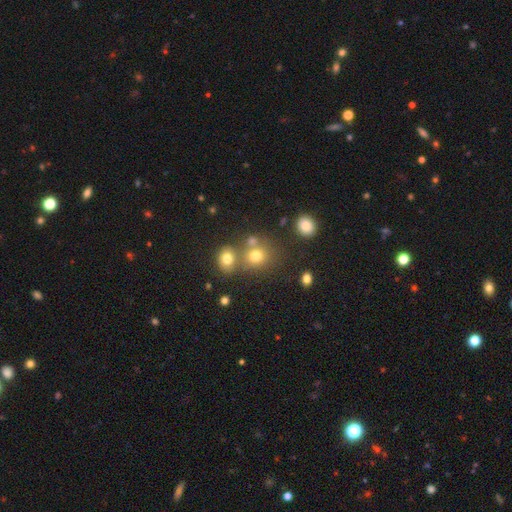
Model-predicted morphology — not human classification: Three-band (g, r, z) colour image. It shows a smooth galaxy with no disk features (71%) that is round (83%). Merging: none (59%).